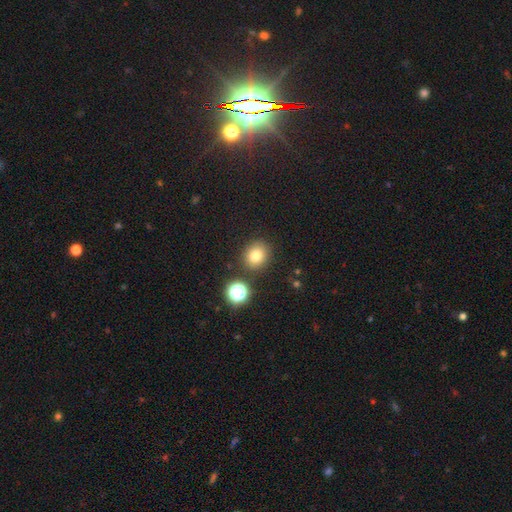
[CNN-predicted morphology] This is likely a smooth galaxy (78%). How rounded: likely round (74%). Merging: clearly none (83%).